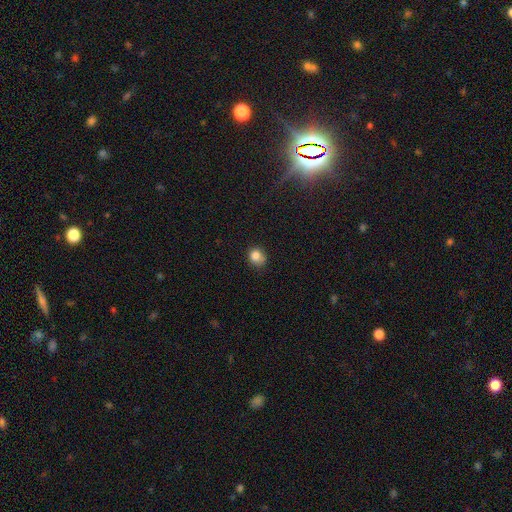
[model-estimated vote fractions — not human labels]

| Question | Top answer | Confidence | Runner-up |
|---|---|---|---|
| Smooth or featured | smooth | 83% | star or artifact (11%) |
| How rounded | round | 75% | in between (24%) |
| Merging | none | 65% | minor disturbance (26%) |